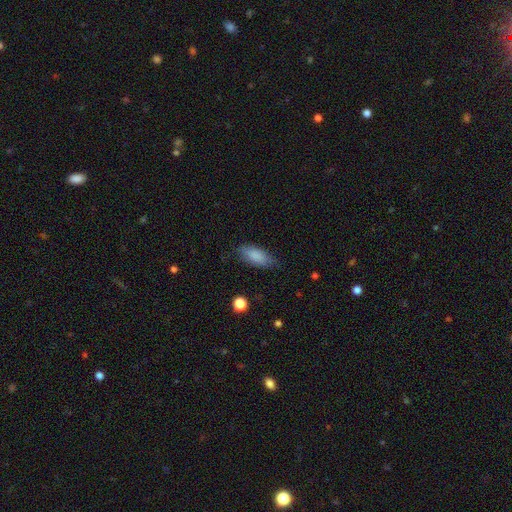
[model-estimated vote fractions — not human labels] smooth-or-featured: smooth: 85% | featured or disk: 8% | star or artifact: 7%
  how-rounded: in between: 85% | cigar-shaped: 13% | round: 2%
  merging: none: 76% | minor disturbance: 19% | major disturbance: 4% | merger: 1%